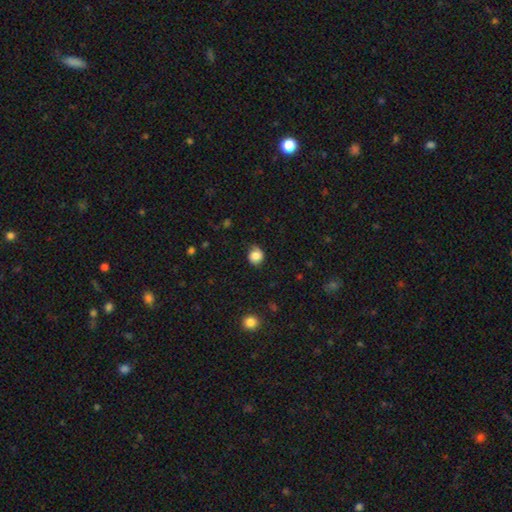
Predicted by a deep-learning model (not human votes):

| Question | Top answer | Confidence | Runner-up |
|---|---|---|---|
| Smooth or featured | smooth | 82% | star or artifact (9%) |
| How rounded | round | 76% | in between (23%) |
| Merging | none | 73% | minor disturbance (21%) |